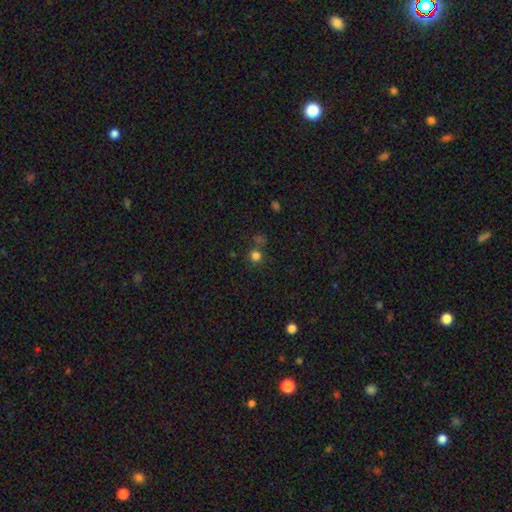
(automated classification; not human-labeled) smooth-or-featured: smooth: 76% | star or artifact: 18% | featured or disk: 5%
  how-rounded: round: 91% | in between: 8% | cigar-shaped: 1%
  merging: none: 73% | merger: 14% | minor disturbance: 9% | major disturbance: 4%